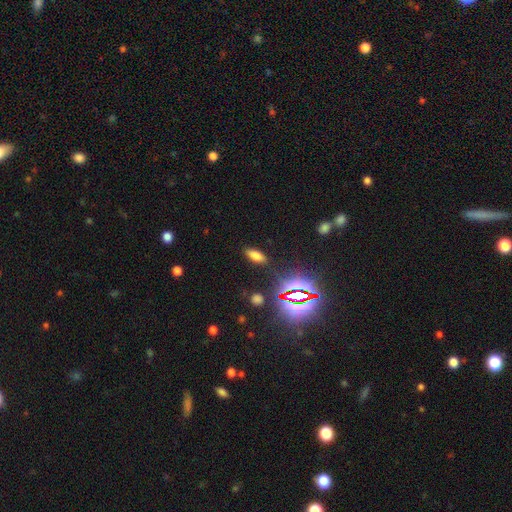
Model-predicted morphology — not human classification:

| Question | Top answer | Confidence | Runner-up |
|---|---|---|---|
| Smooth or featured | smooth | 67% | star or artifact (24%) |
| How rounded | in between | 81% | cigar-shaped (14%) |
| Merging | none | 86% | minor disturbance (9%) |